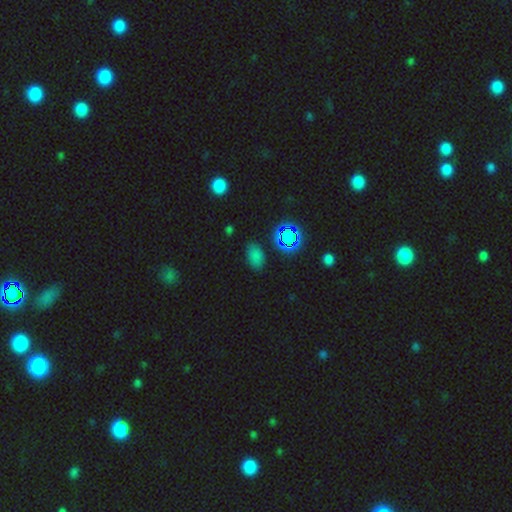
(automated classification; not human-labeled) This appears to be a smooth galaxy with no disk features (63%) that is in between round and cigar-shaped (86%). Merging: none (82%).